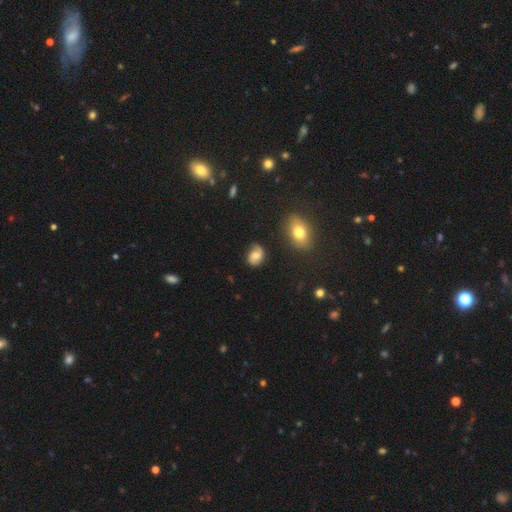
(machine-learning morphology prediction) A smooth galaxy with no disk features (45%, tied with featured or disk). Merging: none (67%).